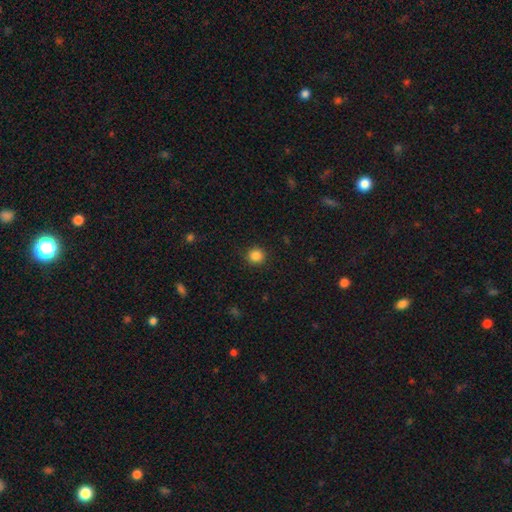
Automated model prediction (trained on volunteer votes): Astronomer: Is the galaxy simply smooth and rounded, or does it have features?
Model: smooth — 86%.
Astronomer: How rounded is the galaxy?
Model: round — 93%.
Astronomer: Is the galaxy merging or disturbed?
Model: none — 90%.